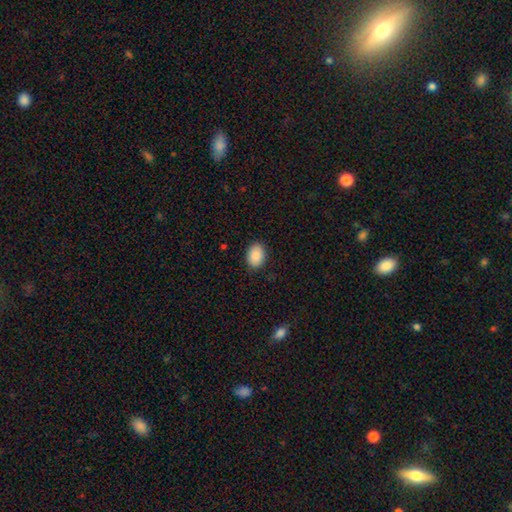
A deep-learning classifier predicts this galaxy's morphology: Overall: smooth (89%). How rounded: in between (76%). Merging: none (87%).